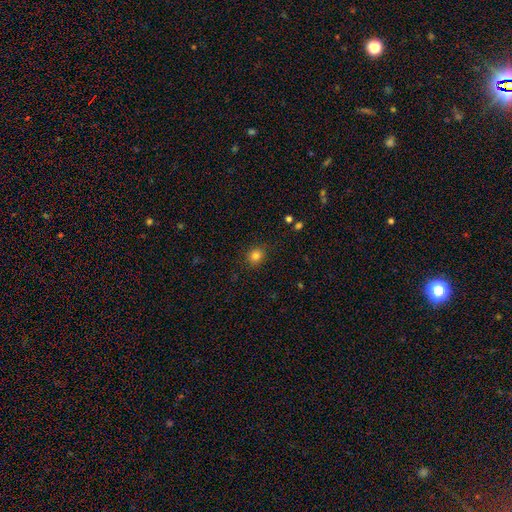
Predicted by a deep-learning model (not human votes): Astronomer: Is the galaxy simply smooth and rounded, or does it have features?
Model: smooth — 82%.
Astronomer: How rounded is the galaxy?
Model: round — 85%.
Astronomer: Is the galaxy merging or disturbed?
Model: none — 89%.